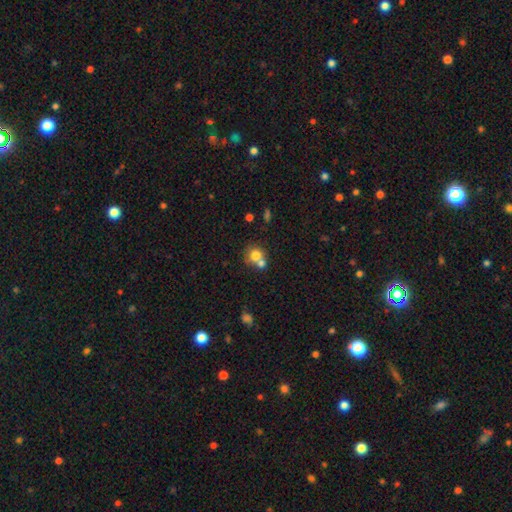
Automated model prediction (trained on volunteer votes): Morphology: type=smooth (75%); roundness=round (84%); merging=merger (46%).